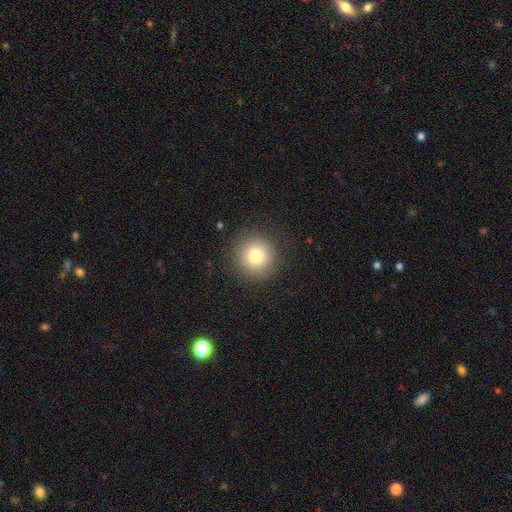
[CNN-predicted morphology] smooth_or_featured: smooth (p=0.81) [alt: star or artifact p=0.11]
how_rounded: round (p=0.94) [alt: in between p=0.05]
merging: none (p=0.88) [alt: minor disturbance p=0.07]